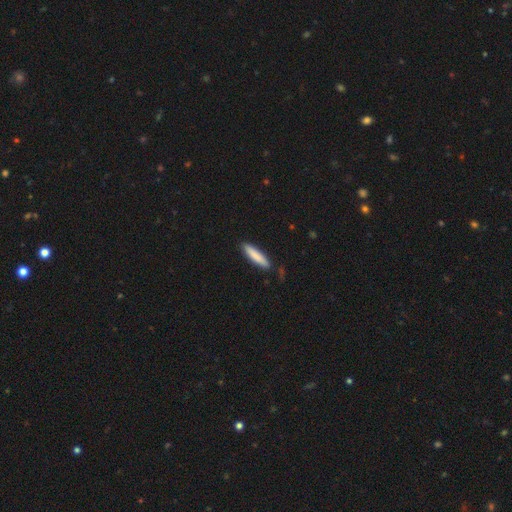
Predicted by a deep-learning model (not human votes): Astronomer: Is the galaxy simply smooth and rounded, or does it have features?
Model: smooth — 84%.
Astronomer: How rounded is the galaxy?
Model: cigar-shaped — 85%.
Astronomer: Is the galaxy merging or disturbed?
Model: none — 87%.